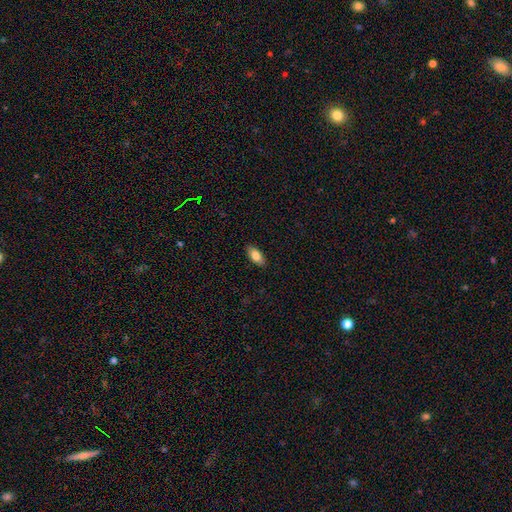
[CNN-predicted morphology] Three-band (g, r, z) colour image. It shows a smooth galaxy with no disk features (82%) that is in between round and cigar-shaped (88%). Merging: none (88%).